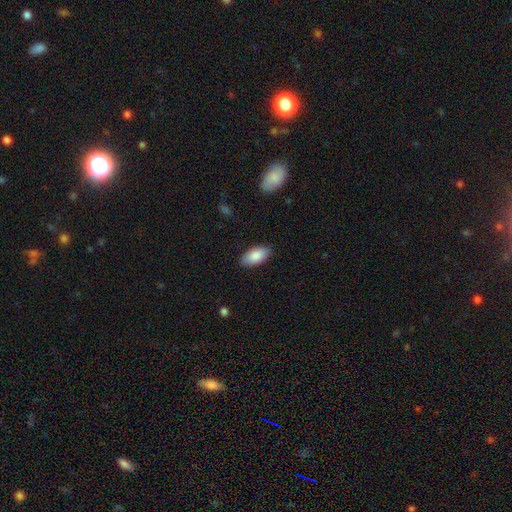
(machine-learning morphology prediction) Overall: smooth (88%). How rounded: in between (94%). Merging: none (86%).